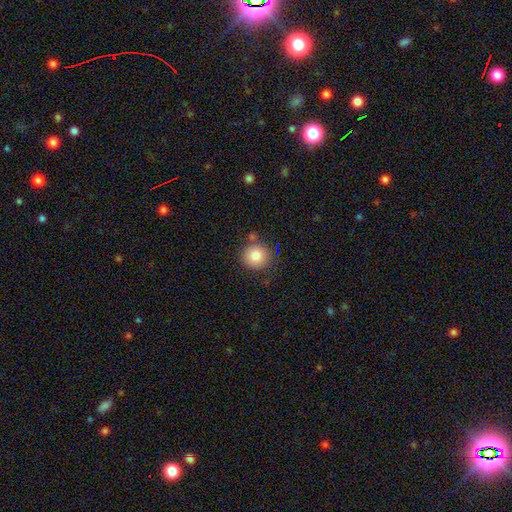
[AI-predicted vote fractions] The model was most divided on "merging": none: 78%, minor disturbance: 12%, merger: 6%, major disturbance: 3%. More confident: how rounded — round (91%); smooth or featured — smooth (82%).